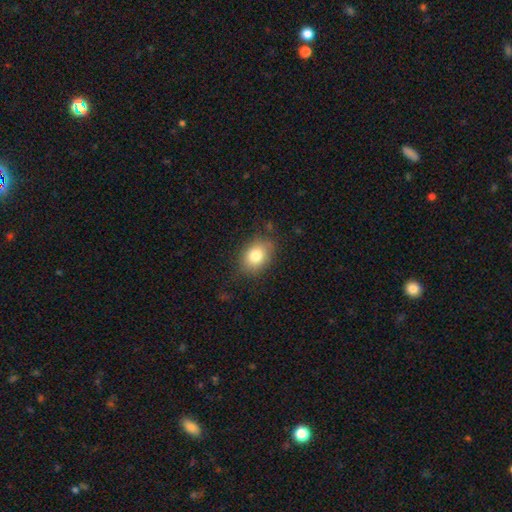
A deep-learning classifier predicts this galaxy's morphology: Smooth or featured? Predicted: smooth (p=0.81). How rounded? Predicted: in between (p=0.69). Merging? Predicted: none (p=0.79).